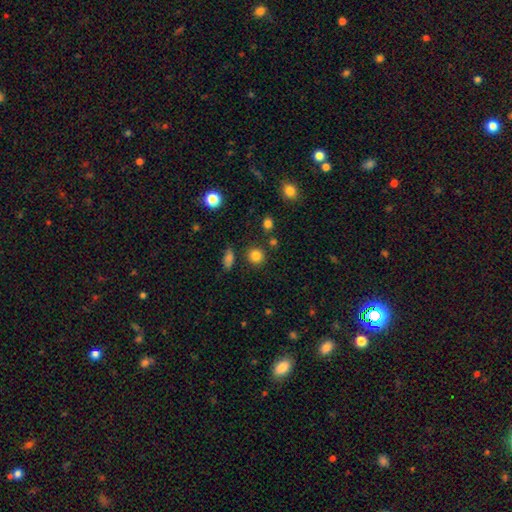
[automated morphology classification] A smooth galaxy with no disk features (83%) that is round (89%). Merging: none (84%).